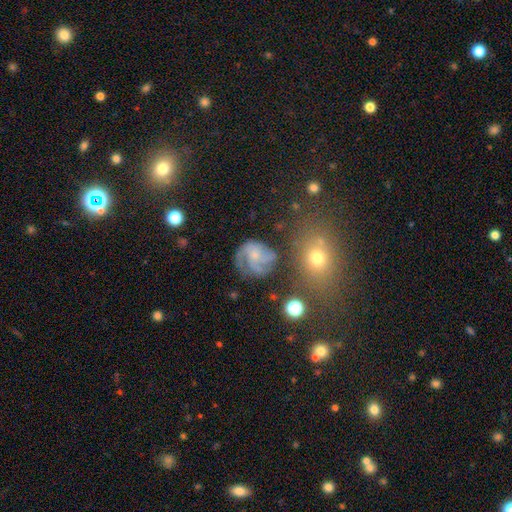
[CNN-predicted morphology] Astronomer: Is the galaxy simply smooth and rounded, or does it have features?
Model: featured or disk — 70%.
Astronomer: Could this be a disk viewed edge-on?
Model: no — 98%.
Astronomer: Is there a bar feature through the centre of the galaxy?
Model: no — 73%.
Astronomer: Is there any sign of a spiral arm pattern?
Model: yes — 90%.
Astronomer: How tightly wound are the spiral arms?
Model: medium — 46% (runner-up: tight, 37%).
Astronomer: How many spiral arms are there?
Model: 3 — 46%.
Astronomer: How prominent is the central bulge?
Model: small — 58%.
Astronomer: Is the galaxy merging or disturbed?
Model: none — 52%.